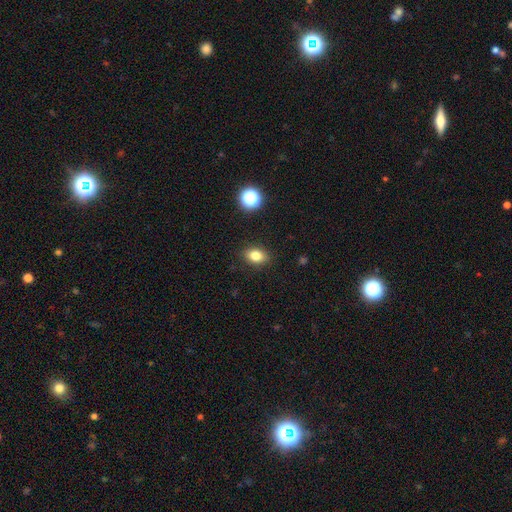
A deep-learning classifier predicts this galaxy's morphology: This is likely a smooth galaxy (79%). How rounded: likely in between (75%). Merging: clearly none (88%).